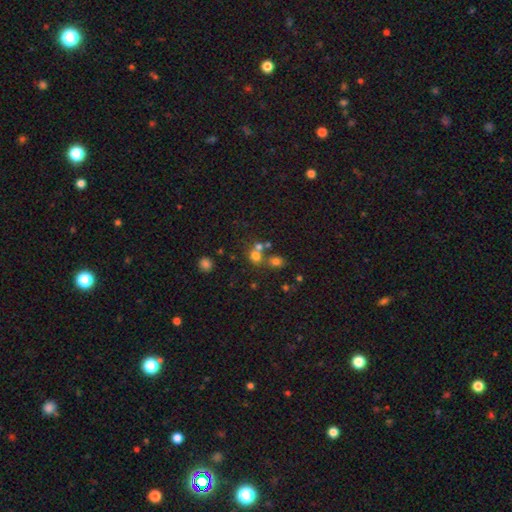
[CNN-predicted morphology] Q: Smooth or featured?
A: smooth (68%); runner-up: star or artifact (20%)
Q: How rounded?
A: round (77%); runner-up: in between (22%)
Q: Merging?
A: none (47%); runner-up: merger (41%)